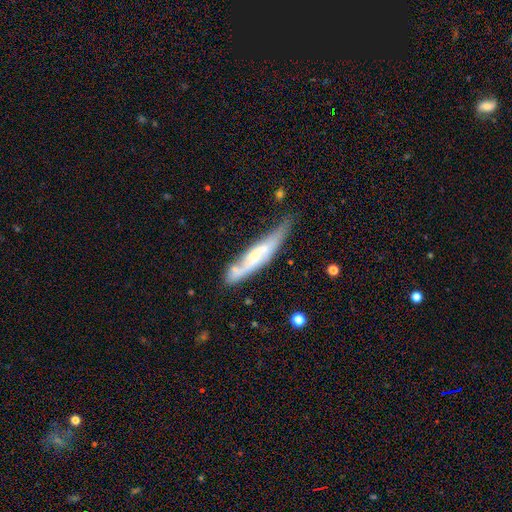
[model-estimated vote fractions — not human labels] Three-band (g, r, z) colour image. It shows a featured or disk galaxy (58%) viewed edge-on (51%). Merging: none (52%).